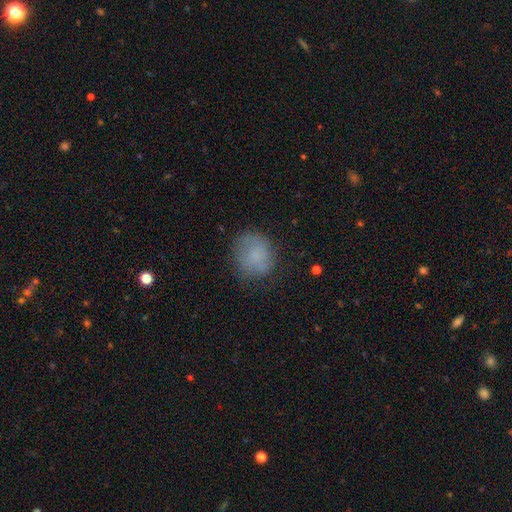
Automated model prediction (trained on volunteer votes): Overall: smooth (75%). How rounded: round (71%). Merging: none (67%).